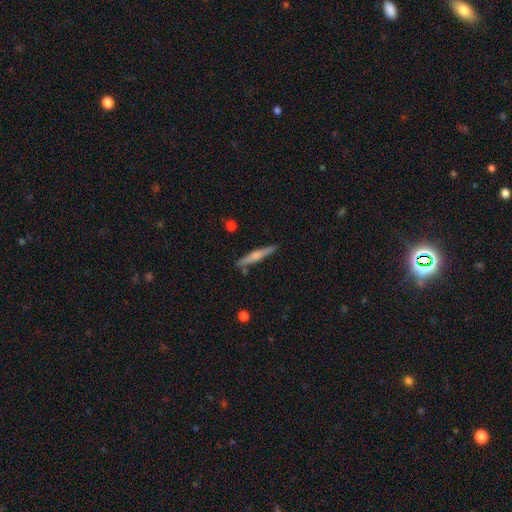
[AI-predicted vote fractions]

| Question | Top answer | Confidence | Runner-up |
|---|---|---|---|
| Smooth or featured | featured or disk | 48% | smooth (47%) |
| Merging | none | 86% | minor disturbance (10%) |